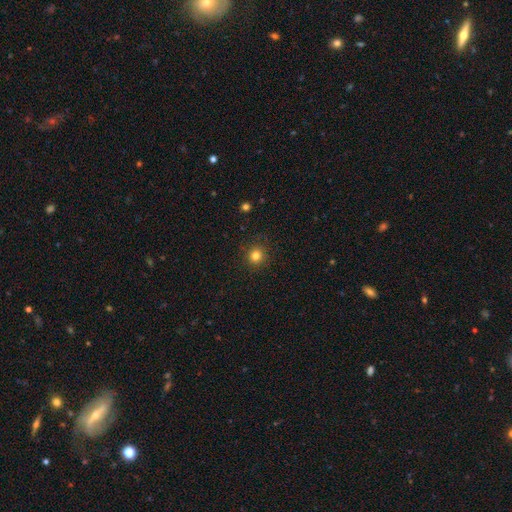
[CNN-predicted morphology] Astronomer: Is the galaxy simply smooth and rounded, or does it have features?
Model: smooth — 81%.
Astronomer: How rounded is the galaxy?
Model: round — 93%.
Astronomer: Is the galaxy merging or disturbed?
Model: none — 90%.